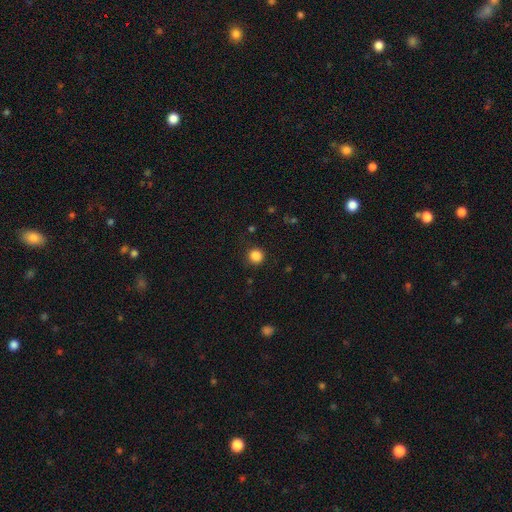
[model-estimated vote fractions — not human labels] Smooth or featured?
  - smooth: 85% *
  - star or artifact: 12%
  - featured or disk: 3%
How rounded?
  - round: 94% *
  - in between: 5%
  - cigar-shaped: 1%
Merging?
  - none: 89% *
  - minor disturbance: 8%
  - major disturbance: 3%
  - merger: 1%